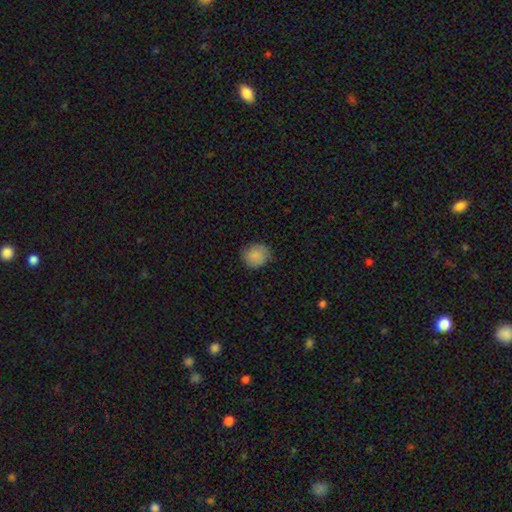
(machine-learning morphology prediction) Smooth or featured?
  - smooth: 87% *
  - star or artifact: 8%
  - featured or disk: 5%
How rounded?
  - round: 78% *
  - in between: 21%
  - cigar-shaped: 1%
Merging?
  - none: 81% *
  - minor disturbance: 15%
  - major disturbance: 3%
  - merger: 1%